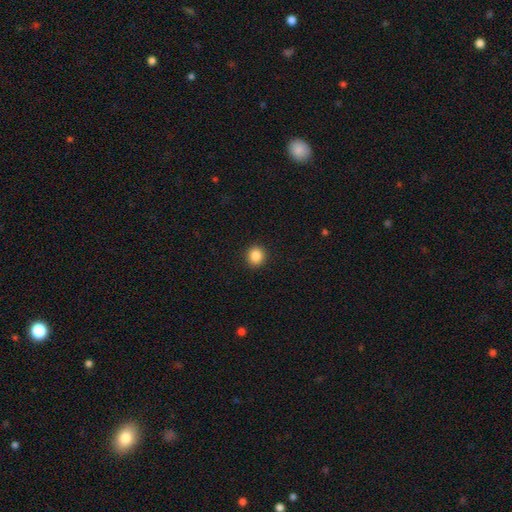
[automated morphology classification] type=smooth (86%); roundness=round (85%); merging=none (92%).